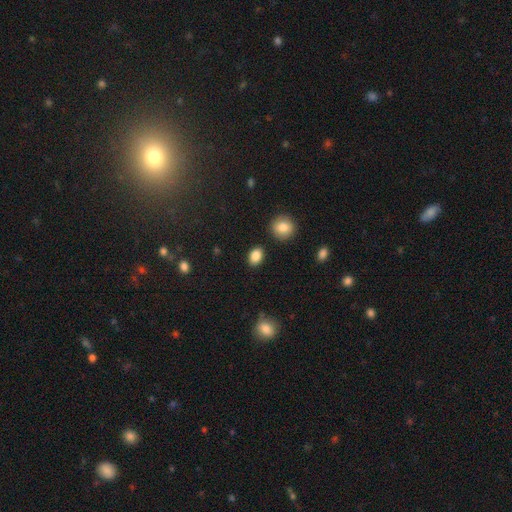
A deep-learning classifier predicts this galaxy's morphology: Smooth or featured? smooth (87%)
How rounded? in between (75%)
Merging? none (87%)